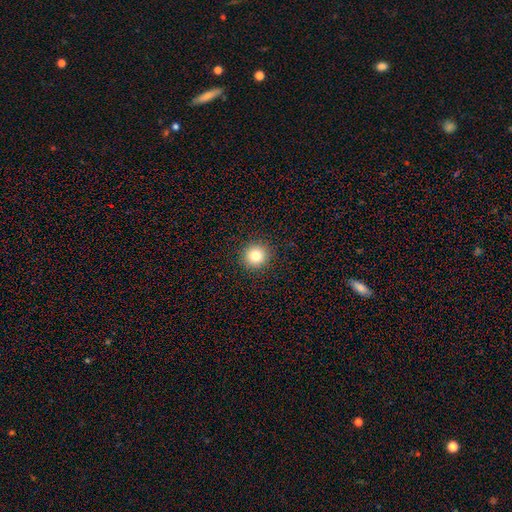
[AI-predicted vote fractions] Smooth or featured: smooth — 82% (star or artifact — 11%)
How rounded: round — 94% (in between — 5%)
Merging: none — 92% (minor disturbance — 5%)